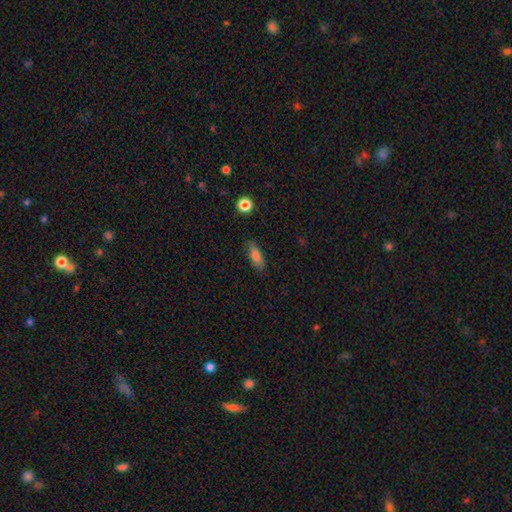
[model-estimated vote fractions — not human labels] Overall: smooth (80%). How rounded: in between (66%; cigar-shaped 31%). Merging: none (81%).